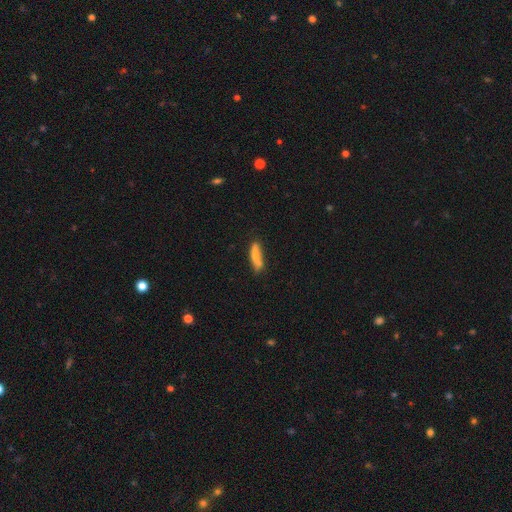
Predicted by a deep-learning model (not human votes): Smooth or featured? Predicted: smooth (p=0.72). How rounded? Predicted: cigar-shaped (p=0.68). Merging? Predicted: none (p=0.53).